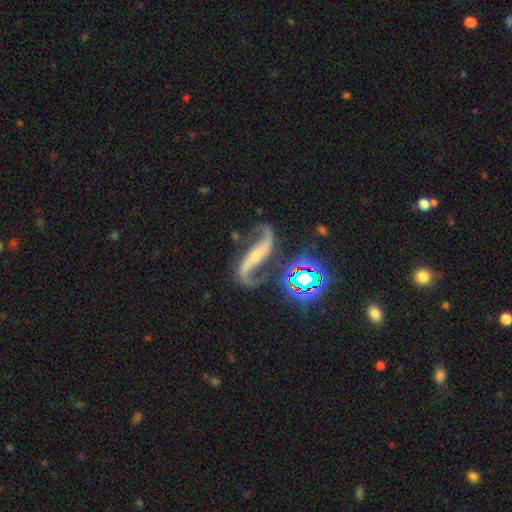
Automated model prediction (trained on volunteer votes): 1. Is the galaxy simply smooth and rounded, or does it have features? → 86% featured or disk, 9% star or artifact, 5% smooth.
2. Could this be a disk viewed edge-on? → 91% no, 9% yes.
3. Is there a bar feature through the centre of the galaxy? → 54% strong, 25% no, 21% weak.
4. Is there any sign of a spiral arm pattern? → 97% yes, 3% no.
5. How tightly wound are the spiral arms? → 78% loose, 17% medium, 5% tight.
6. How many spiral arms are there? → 93% 2, 3% 1, 1% can't tell, 1% 3, 1% 4, 1% more than 4.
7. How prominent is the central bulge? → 63% small, 24% moderate, 8% none, 3% large, 2% dominant.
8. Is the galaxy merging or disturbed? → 71% none, 14% minor disturbance, 10% major disturbance, 5% merger.